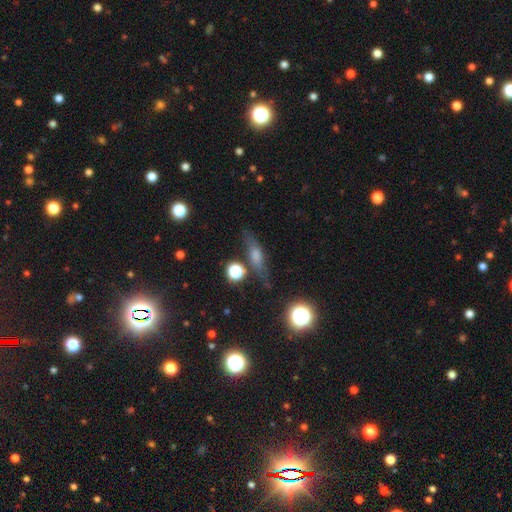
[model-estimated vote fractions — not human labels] smooth_or_featured: smooth (p=0.49) [alt: featured or disk p=0.36]
merging: none (p=0.71) [alt: minor disturbance p=0.18]